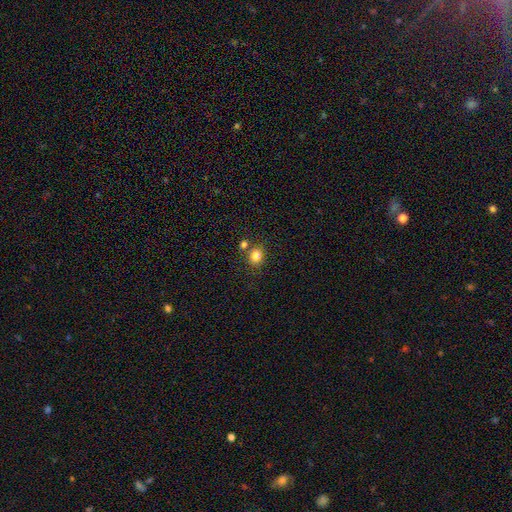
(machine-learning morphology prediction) smooth-or-featured: smooth: 81% | star or artifact: 12% | featured or disk: 7%
  how-rounded: round: 66% | in between: 33% | cigar-shaped: 1%
  merging: none: 67% | merger: 18% | minor disturbance: 11% | major disturbance: 4%